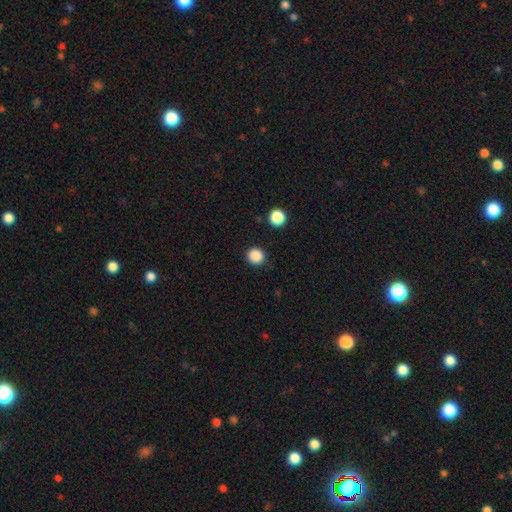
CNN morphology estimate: The model was most divided on "smooth or featured": smooth: 86%, star or artifact: 11%, featured or disk: 2%. More confident: how rounded — round (91%); merging — none (91%).